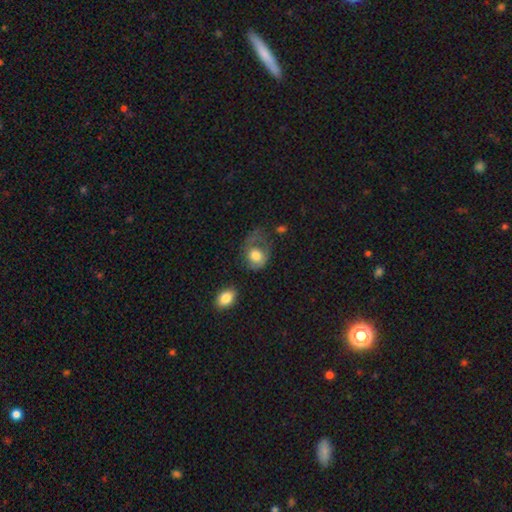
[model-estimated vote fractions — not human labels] Smooth or featured: smooth — 69% (featured or disk — 23%)
How rounded: round — 53% (in between — 46%)
Merging: major disturbance — 46% (minor disturbance — 25%)